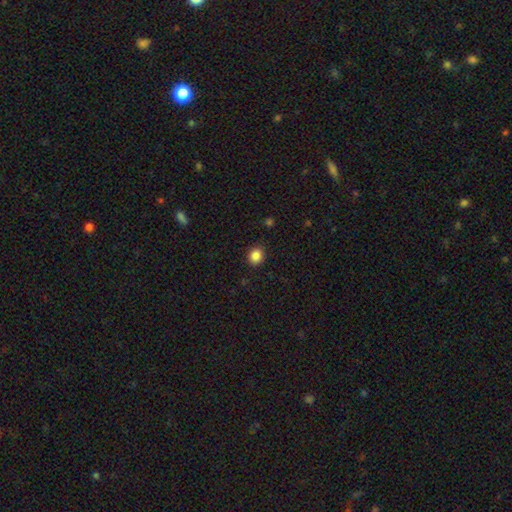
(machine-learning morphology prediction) smooth 86%, star or artifact 10%, featured or disk 4%. Down the decision tree: how rounded — round (68%); merging — none (91%).